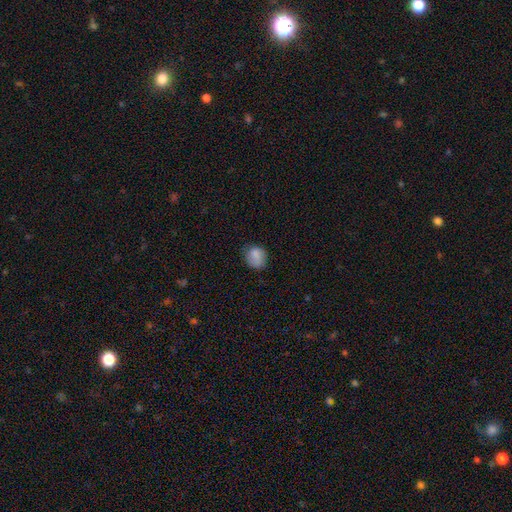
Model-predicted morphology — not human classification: Overall: smooth (79%). How rounded: round (62%; in between 37%). Merging: none (65%; minor disturbance 25%).